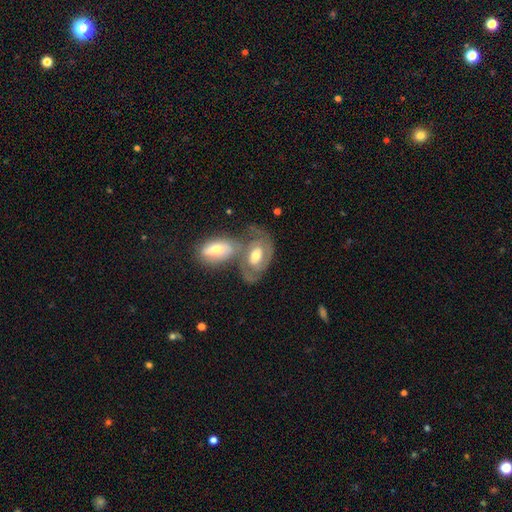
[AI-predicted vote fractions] This is likely a featured or disk galaxy (71%). It is clearly not viewed edge-on (95%). Bar: possibly no (51%). Spiral arm pattern: clearly yes (83%). Spiral arm count: likely 2 (66%). Spiral winding: possibly tight (53%). Central bulge: likely moderate (68%). Merging: possibly merger (50%).